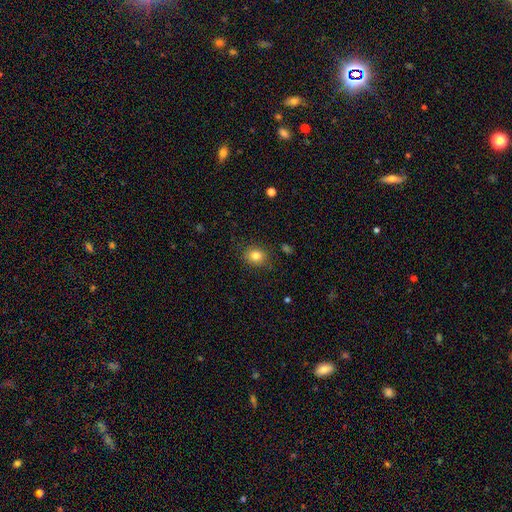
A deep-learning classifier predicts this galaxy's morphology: The model was most divided on "how rounded": round: 60%, in between: 39%, cigar-shaped: 1%. More confident: merging — none (84%); smooth or featured — smooth (82%).